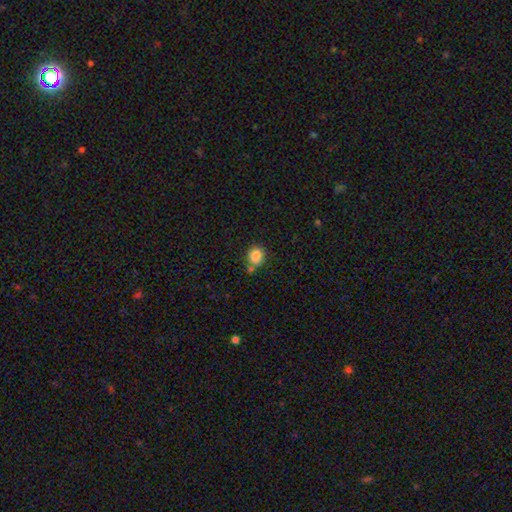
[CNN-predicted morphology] Smooth or featured?
  - smooth: 86% *
  - star or artifact: 10%
  - featured or disk: 5%
How rounded?
  - round: 76% *
  - in between: 23%
  - cigar-shaped: 1%
Merging?
  - none: 65% *
  - merger: 16%
  - minor disturbance: 15%
  - major disturbance: 4%